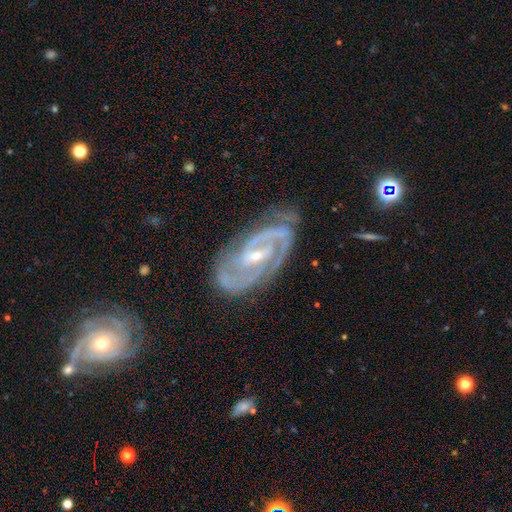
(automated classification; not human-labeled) Smooth or featured?
  - featured or disk: 91% *
  - star or artifact: 5%
  - smooth: 4%
Edge-on disk?
  - no: 96% *
  - yes: 4%
Bar?
  - weak: 42% *
  - strong: 32%
  - no: 25%
Spiral arms?
  - yes: 98% *
  - no: 2%
Spiral winding?
  - tight: 55% *
  - medium: 38%
  - loose: 6%
Spiral arm count?
  - 2: 81% *
  - 3: 8%
  - can't tell: 5%
  - 4: 2%
  - 1: 2%
  - more than 4: 2%
Bulge size?
  - small: 66% *
  - moderate: 31%
  - none: 2%
  - large: 1%
  - dominant: 1%
Merging?
  - none: 76% *
  - minor disturbance: 17%
  - major disturbance: 5%
  - merger: 2%